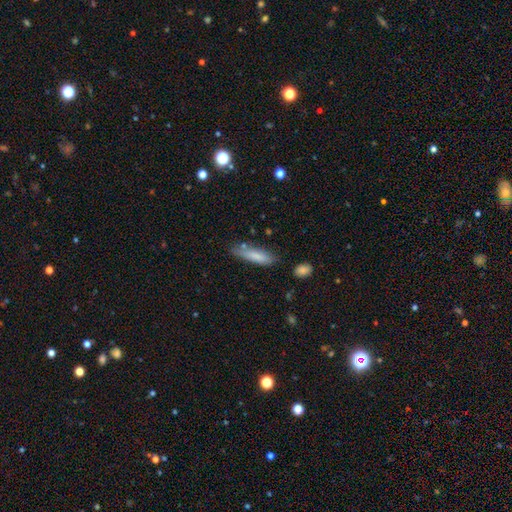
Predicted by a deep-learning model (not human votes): smooth 79%, featured or disk 15%, star or artifact 7%. Down the decision tree: how rounded — cigar-shaped (71%); merging — none (69%).